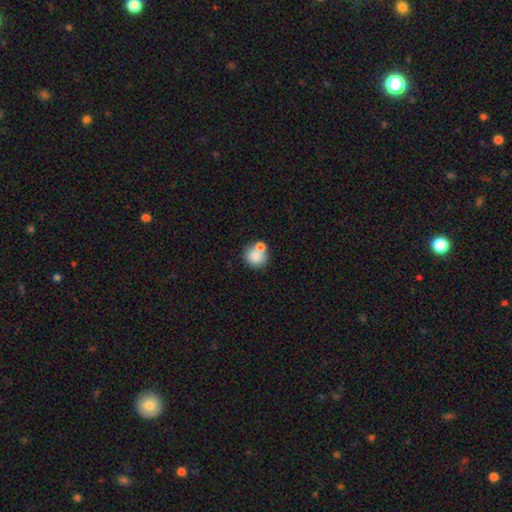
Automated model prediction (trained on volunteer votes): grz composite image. It shows a smooth galaxy with no disk features (77%) that is round (87%). Merging: none (53%).